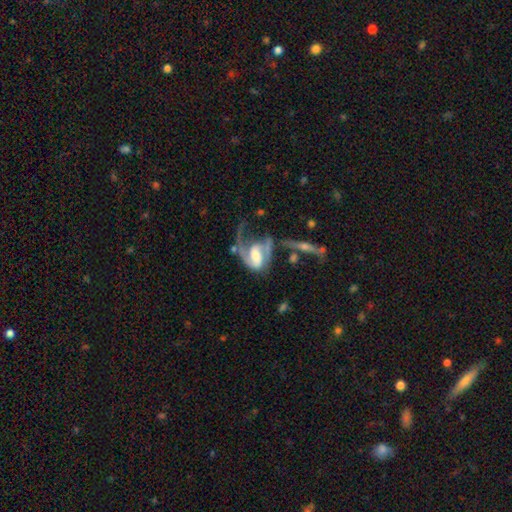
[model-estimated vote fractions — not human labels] A featured or disk galaxy (80%) with a weak bar (42%), 2 (55%) medium (42%) spiral arms (90%) and a moderate central bulge (42%).

Vote fractions:
- Smooth or featured? featured or disk: 80% / smooth: 14% / star or artifact: 6%
- Edge-on disk? no: 96% / yes: 4%
- Bar? weak: 42% / no: 33% / strong: 25%
- Spiral arms? yes: 90% / no: 10%
- Spiral winding? medium: 42% / loose: 38% / tight: 20%
- Spiral arm count? 2: 55% / 1: 34% / can't tell: 7% / 3: 2% / 4: 1% / more than 4: 1%
- Bulge size? moderate: 42% / large: 30% / small: 15% / none: 9% / dominant: 4%
- Merging? major disturbance: 45% / none: 23% / merger: 17% / minor disturbance: 15%